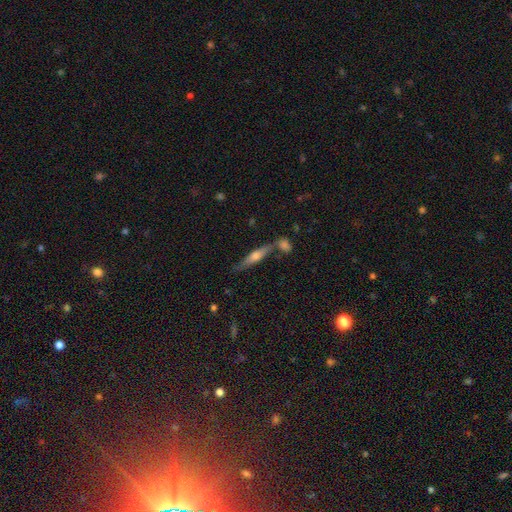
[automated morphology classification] Overall: featured or disk (58%; smooth 34%). Edge-on disk: yes (91%). Edge-on bulge: rounded (82%). Merging: none (66%).